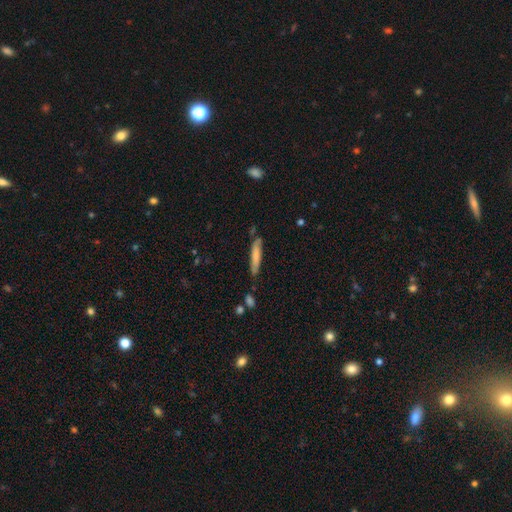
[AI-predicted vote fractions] Smooth or featured: smooth — 71% (featured or disk — 23%)
How rounded: cigar-shaped — 88% (in between — 11%)
Merging: none — 70% (minor disturbance — 22%)